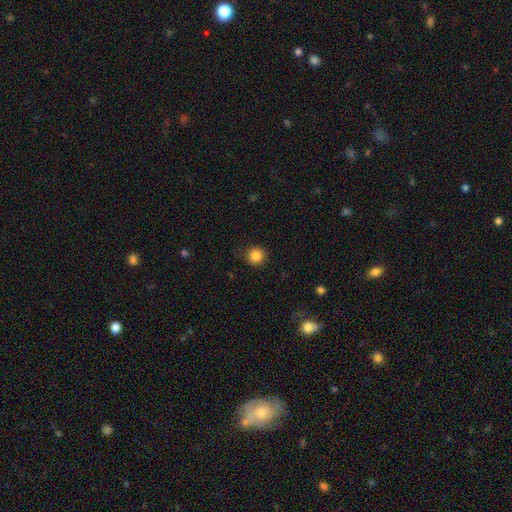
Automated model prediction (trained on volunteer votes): A smooth galaxy with no disk features (86%) that is round (94%). Merging: none (89%).